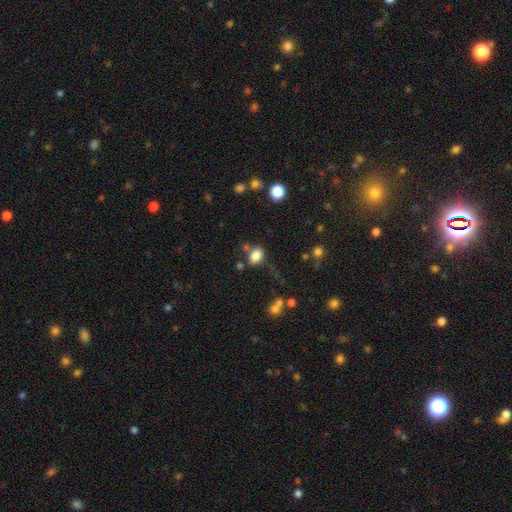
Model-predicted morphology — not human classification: type=smooth (83%); roundness=in between (79%); merging=none (65%).